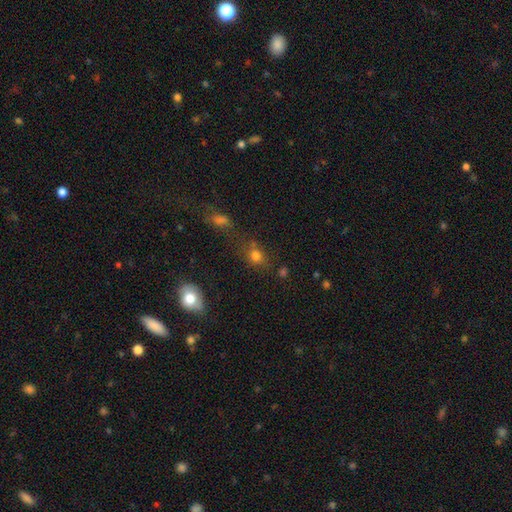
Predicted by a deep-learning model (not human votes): Morphology: type=smooth (73%); roundness=round (57%); merging=none (57%).